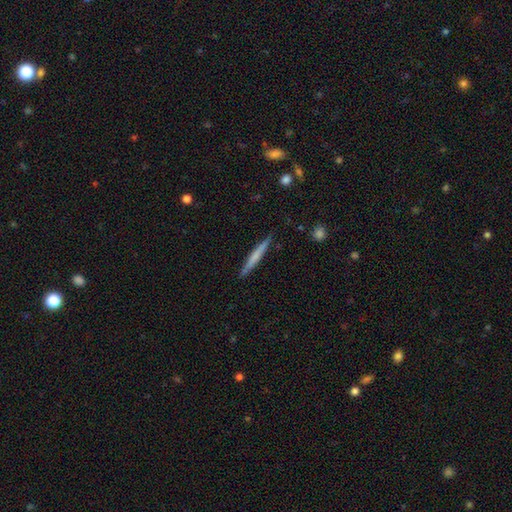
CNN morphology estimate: Smooth or featured: smooth — 58% (featured or disk — 37%)
How rounded: cigar-shaped — 96% (in between — 3%)
Merging: none — 89% (minor disturbance — 8%)